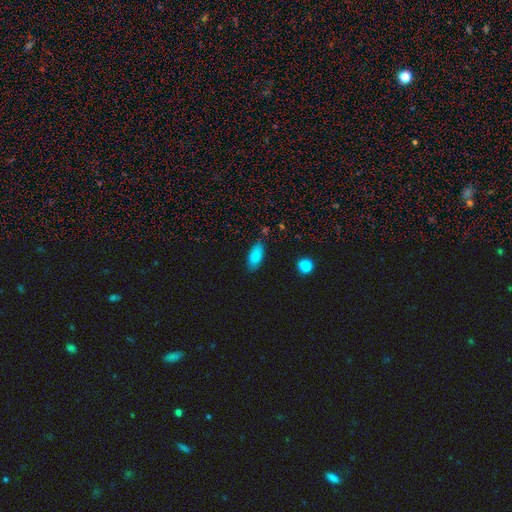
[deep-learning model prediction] Smooth or featured? smooth (86%)
How rounded? in between (88%)
Merging? none (80%)